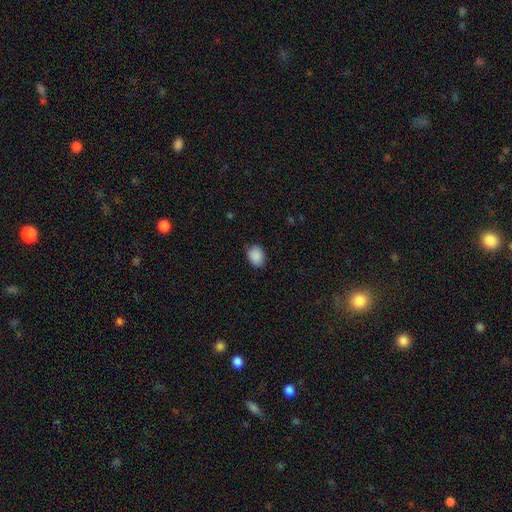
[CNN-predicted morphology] A smooth galaxy with no disk features (89%) that is in between round and cigar-shaped (64%).

Vote fractions:
- Smooth or featured? smooth: 89% / star or artifact: 8% / featured or disk: 3%
- How rounded? in between: 64% / round: 35% / cigar-shaped: 1%
- Merging? none: 80% / minor disturbance: 16% / major disturbance: 3% / merger: 1%